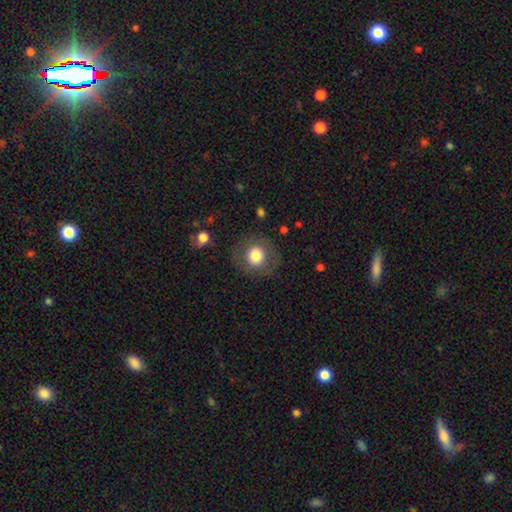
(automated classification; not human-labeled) Smooth or featured? Predicted: smooth (p=0.77). How rounded? Predicted: round (p=0.91). Merging? Predicted: none (p=0.84).